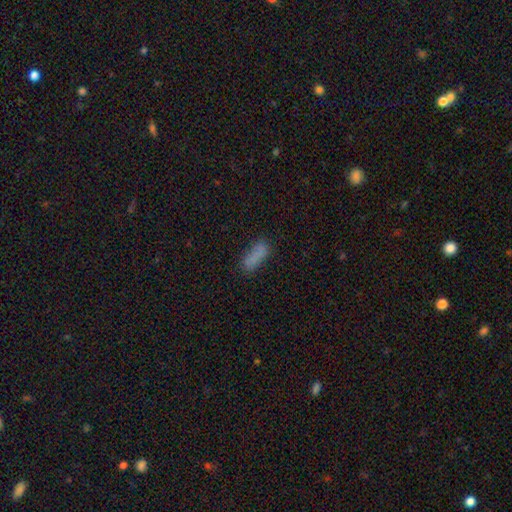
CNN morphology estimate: Smooth or featured? smooth (78%)
How rounded? in between (63%)
Merging? none (68%)